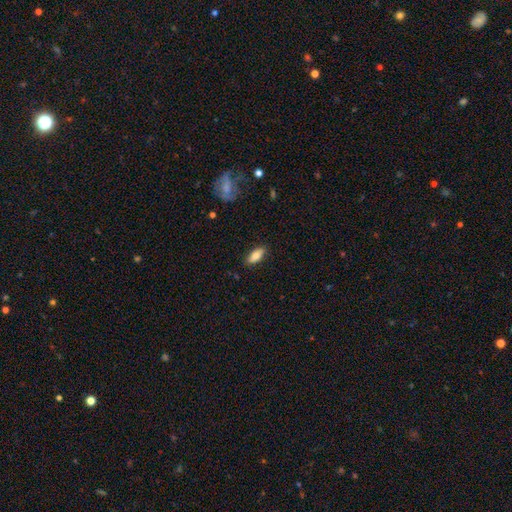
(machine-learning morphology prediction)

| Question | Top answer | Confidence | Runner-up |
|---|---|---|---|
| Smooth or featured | smooth | 79% | featured or disk (15%) |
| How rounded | in between | 82% | cigar-shaped (16%) |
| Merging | none | 86% | minor disturbance (11%) |